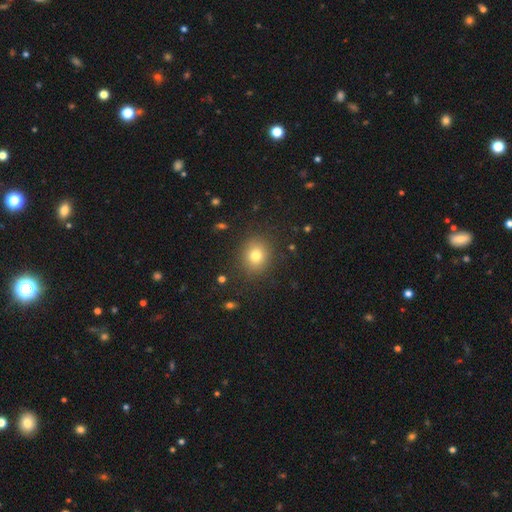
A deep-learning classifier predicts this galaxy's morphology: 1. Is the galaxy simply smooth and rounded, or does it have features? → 77% smooth, 13% star or artifact, 10% featured or disk.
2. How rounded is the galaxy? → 74% round, 25% in between, 1% cigar-shaped.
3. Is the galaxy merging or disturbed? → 87% none, 8% minor disturbance, 3% major disturbance, 1% merger.